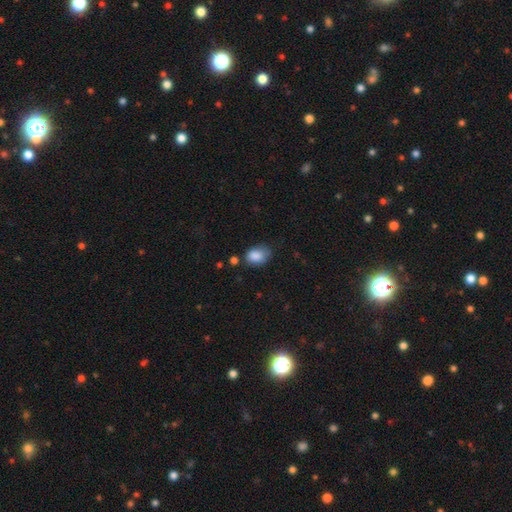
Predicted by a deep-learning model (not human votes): smooth-or-featured: smooth: 86% | star or artifact: 8% | featured or disk: 6%
  how-rounded: in between: 76% | round: 23% | cigar-shaped: 1%
  merging: none: 57% | minor disturbance: 32% | major disturbance: 8% | merger: 4%